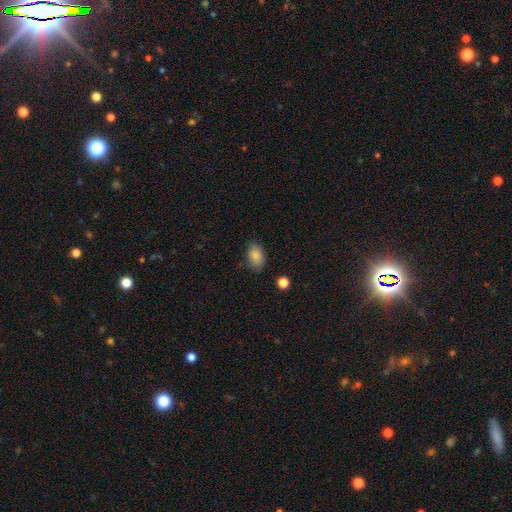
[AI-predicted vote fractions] Smooth or featured? Predicted: smooth (p=0.86). How rounded? Predicted: in between (p=0.86). Merging? Predicted: none (p=0.76).